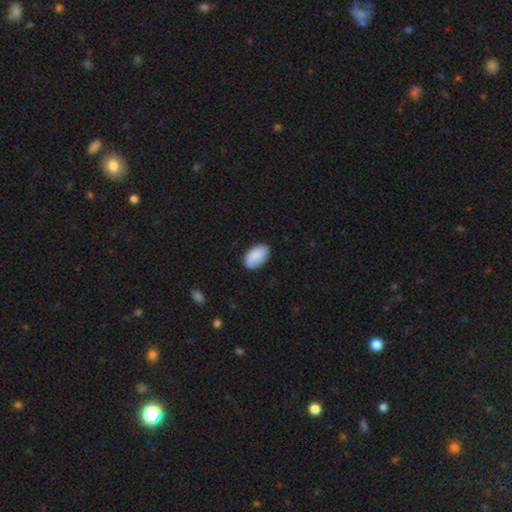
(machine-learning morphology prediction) Smooth or featured? Predicted: smooth (p=0.87). How rounded? Predicted: in between (p=0.94). Merging? Predicted: none (p=0.81).